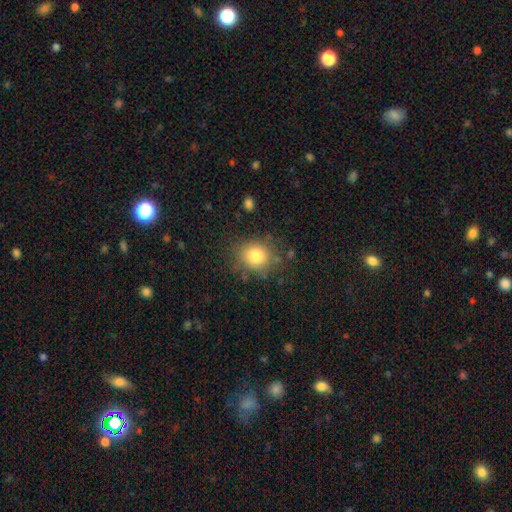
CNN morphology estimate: smooth_or_featured: smooth (p=0.80) [alt: star or artifact p=0.11]
how_rounded: round (p=0.74) [alt: in between p=0.25]
merging: none (p=0.77) [alt: minor disturbance p=0.15]